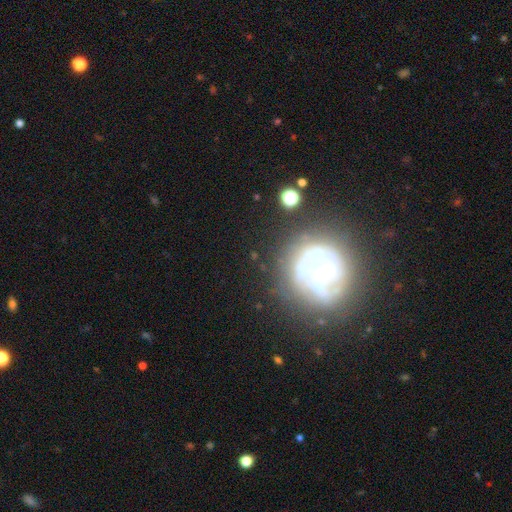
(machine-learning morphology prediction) smooth_or_featured: featured or disk (p=0.64) [alt: smooth p=0.18]
disk_edge_on: no (p=0.93) [alt: yes p=0.07]
bar: no (p=0.56) [alt: weak p=0.26]
has_spiral_arms: no (p=0.52) [alt: yes p=0.48]
bulge_size: moderate (p=0.55) [alt: small p=0.32]
merging: none (p=0.70) [alt: minor disturbance p=0.15]